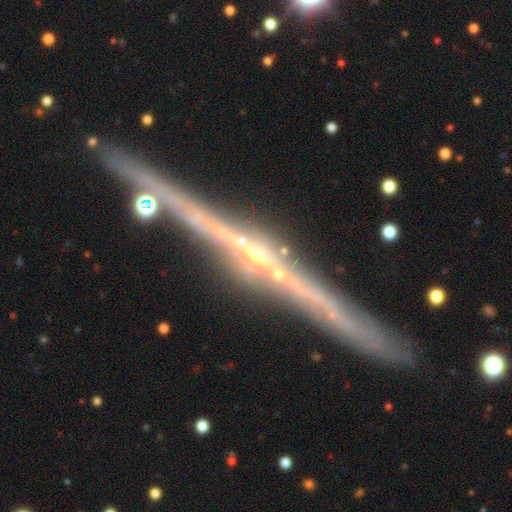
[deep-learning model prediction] Smooth or featured?
  - featured or disk: 85% *
  - star or artifact: 9%
  - smooth: 7%
Edge-on disk?
  - yes: 98% *
  - no: 2%
Edge-on bulge?
  - rounded: 61% *
  - none: 31%
  - boxy: 8%
Merging?
  - none: 89% *
  - minor disturbance: 7%
  - merger: 3%
  - major disturbance: 2%